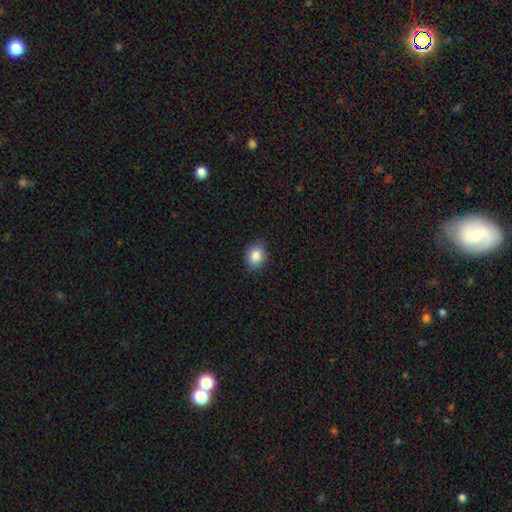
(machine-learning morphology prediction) A smooth galaxy with no disk features (86%) that is in between round and cigar-shaped (60%). Merging: none (87%).